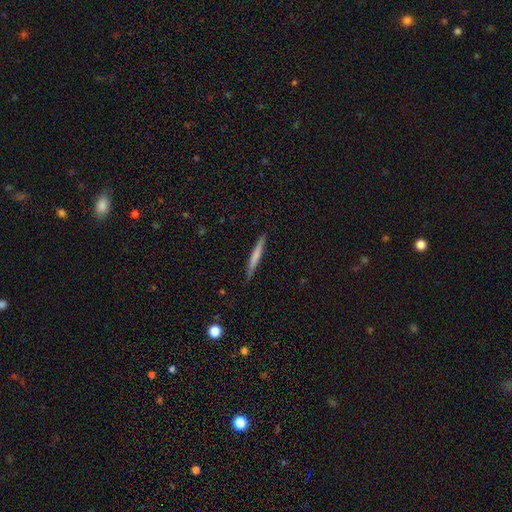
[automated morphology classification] Smooth or featured?
  - smooth: 65% *
  - featured or disk: 29%
  - star or artifact: 5%
How rounded?
  - cigar-shaped: 96% *
  - in between: 3%
  - round: 1%
Merging?
  - none: 88% *
  - minor disturbance: 10%
  - major disturbance: 2%
  - merger: 1%